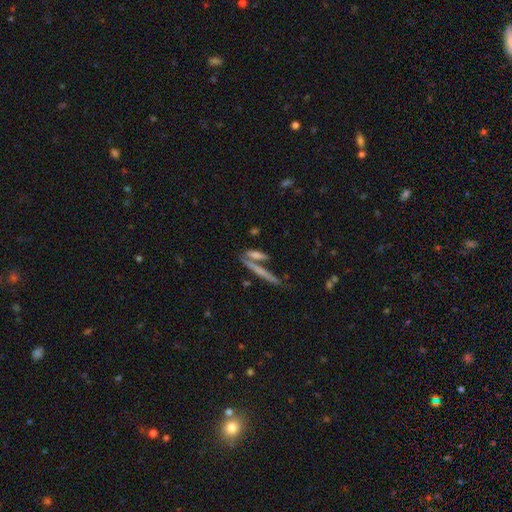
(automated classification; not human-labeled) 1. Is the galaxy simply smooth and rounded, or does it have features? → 57% smooth, 34% featured or disk, 9% star or artifact.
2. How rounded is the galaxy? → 78% cigar-shaped, 18% in between, 4% round.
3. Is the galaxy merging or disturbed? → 57% none, 28% merger, 10% minor disturbance, 5% major disturbance.